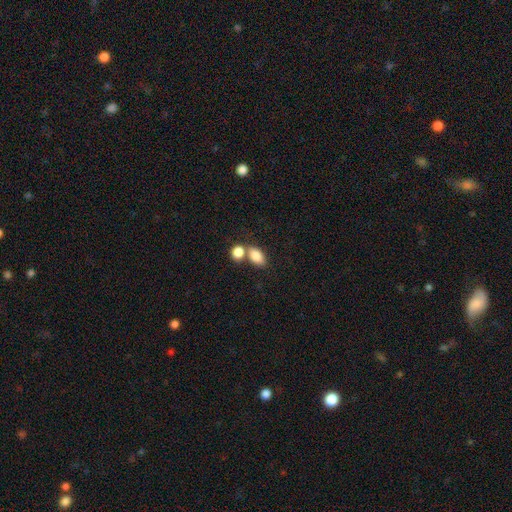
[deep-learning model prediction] A smooth galaxy with no disk features (84%) that is in between round and cigar-shaped (83%).

Vote fractions:
- Smooth or featured? smooth: 84% / star or artifact: 8% / featured or disk: 8%
- How rounded? in between: 83% / round: 14% / cigar-shaped: 2%
- Merging? none: 46% / merger: 40% / minor disturbance: 10% / major disturbance: 4%